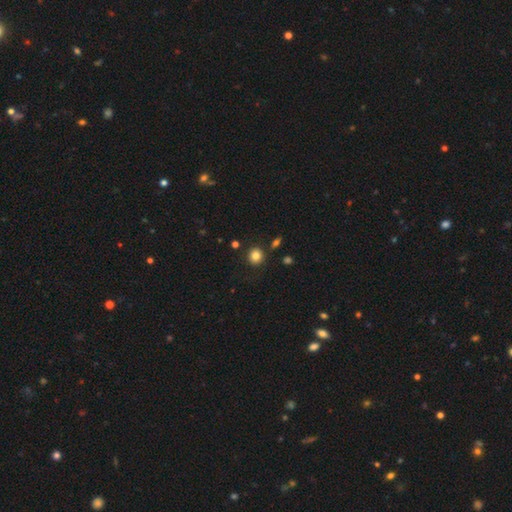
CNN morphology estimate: This appears to be a smooth galaxy with no disk features (83%) that is round (88%). Merging: none (85%).